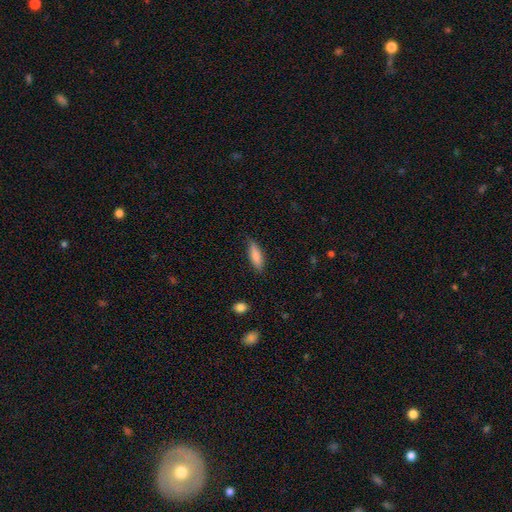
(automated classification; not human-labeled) Overall: smooth (83%). How rounded: cigar-shaped (49%, tied with in between). Merging: none (81%).